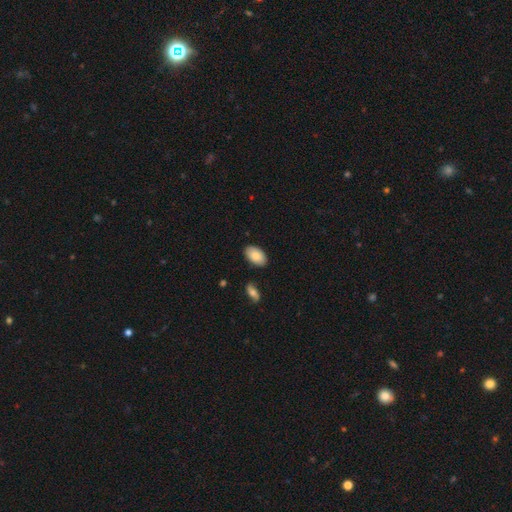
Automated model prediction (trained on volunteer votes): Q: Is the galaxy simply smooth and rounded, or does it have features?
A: smooth — 86%.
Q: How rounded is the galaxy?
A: in between — 95%.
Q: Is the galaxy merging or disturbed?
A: none — 86%.